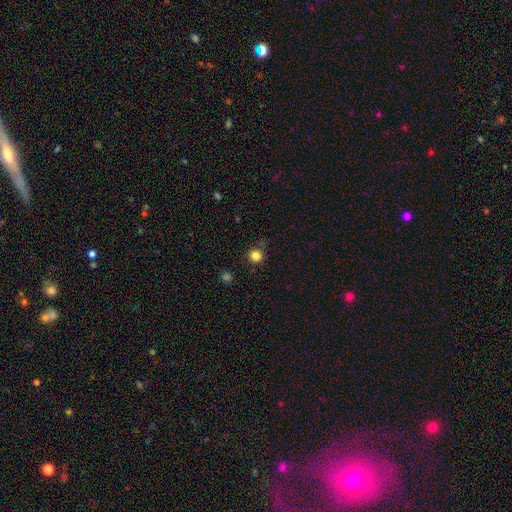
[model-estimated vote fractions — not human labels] A smooth galaxy with no disk features (83%) that is round (92%). Merging: none (83%).